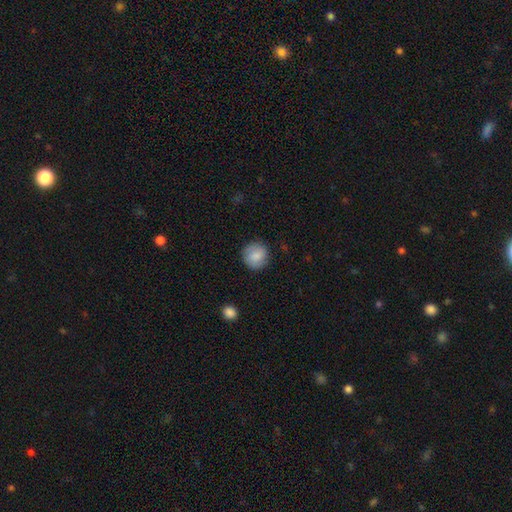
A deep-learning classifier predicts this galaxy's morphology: This appears to be a smooth galaxy with no disk features (84%) that is round (92%). Merging: none (87%).